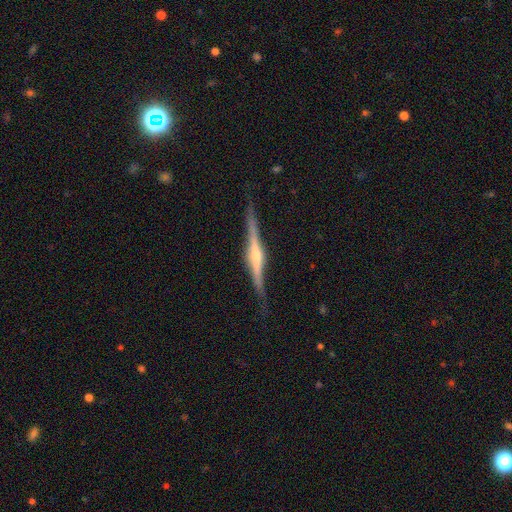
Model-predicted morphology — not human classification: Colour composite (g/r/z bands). It shows a featured or disk galaxy (77%) viewed edge-on (98%) with a rounded central bulge (71%). Merging: none (84%).